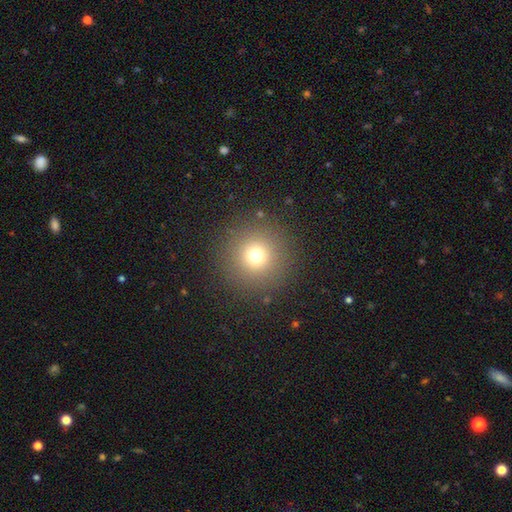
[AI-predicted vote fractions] smooth_or_featured: smooth (p=0.71) [alt: star or artifact p=0.19]
how_rounded: round (p=0.96) [alt: in between p=0.03]
merging: none (p=0.89) [alt: minor disturbance p=0.06]